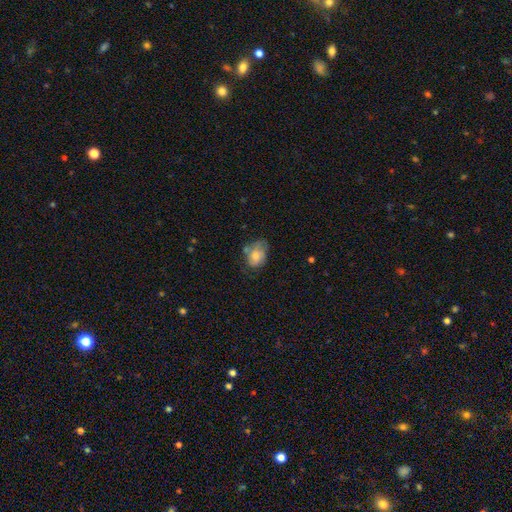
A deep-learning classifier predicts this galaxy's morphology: smooth_or_featured: smooth (p=0.65) [alt: featured or disk p=0.27]
how_rounded: in between (p=0.73) [alt: round p=0.26]
merging: none (p=0.42) [alt: minor disturbance p=0.33]